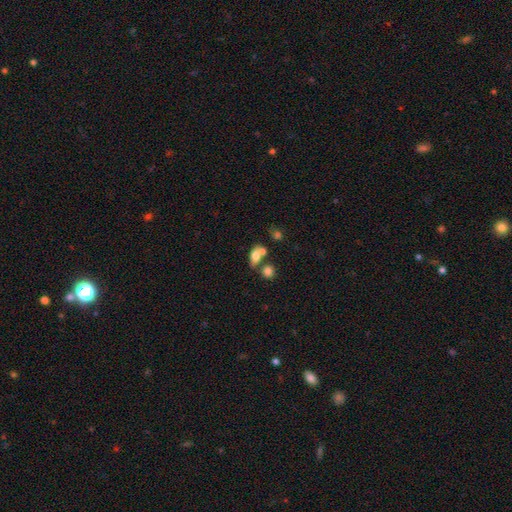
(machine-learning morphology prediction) Smooth or featured: smooth — 73% (featured or disk — 17%)
How rounded: in between — 76% (round — 19%)
Merging: none — 43% (merger — 36%)